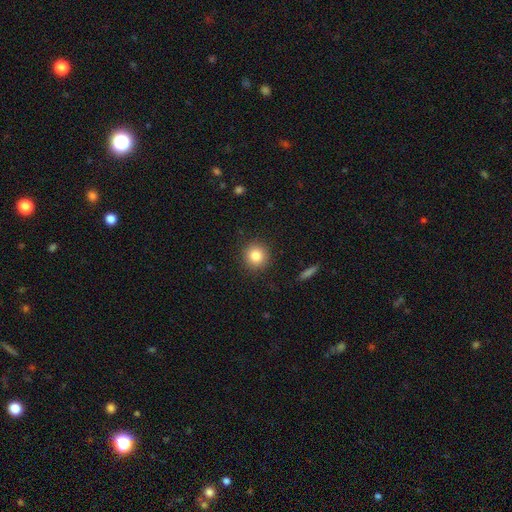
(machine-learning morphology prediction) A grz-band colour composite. It shows a smooth galaxy with no disk features (84%) that is round (93%). Merging: none (90%).